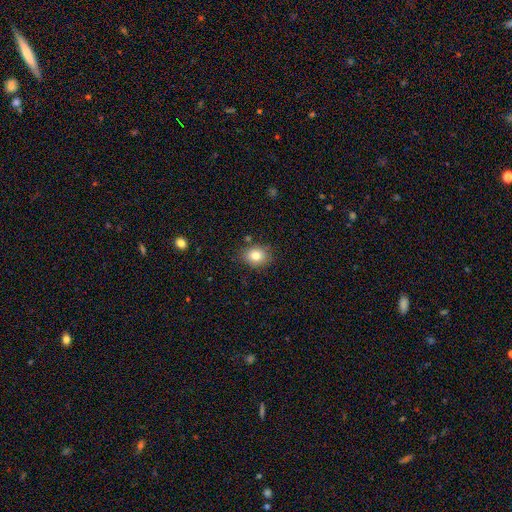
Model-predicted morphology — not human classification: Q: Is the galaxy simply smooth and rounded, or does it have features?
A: smooth — 80%.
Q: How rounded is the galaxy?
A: round — 52%.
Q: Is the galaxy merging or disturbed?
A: none — 80%.